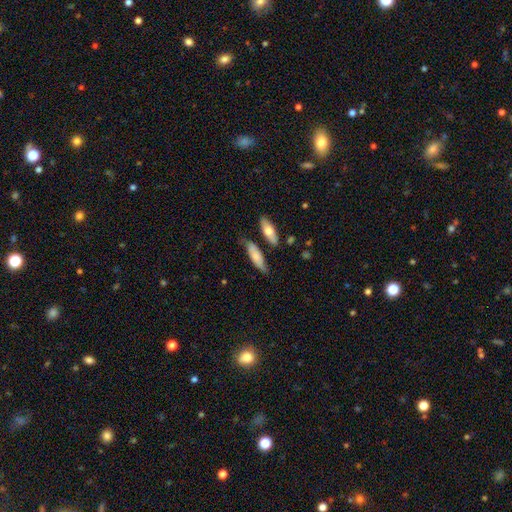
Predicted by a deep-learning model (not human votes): Smooth or featured: smooth — 68% (featured or disk — 26%)
How rounded: in between — 49% (tied with cigar-shaped — 49%)
Merging: none — 60% (minor disturbance — 24%)